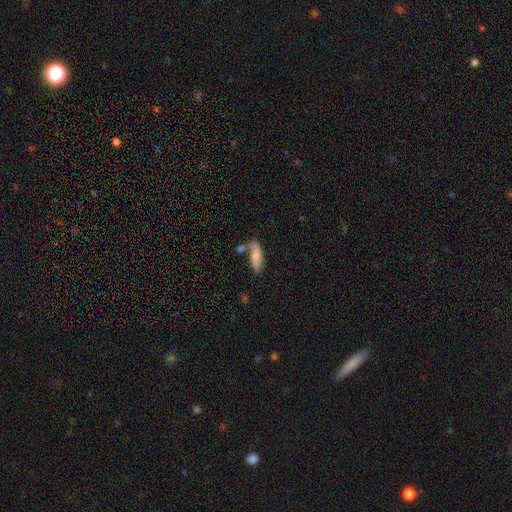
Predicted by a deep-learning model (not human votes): This is likely a smooth galaxy (70%). How rounded: possibly in between (56%). Merging: possibly none (50%).